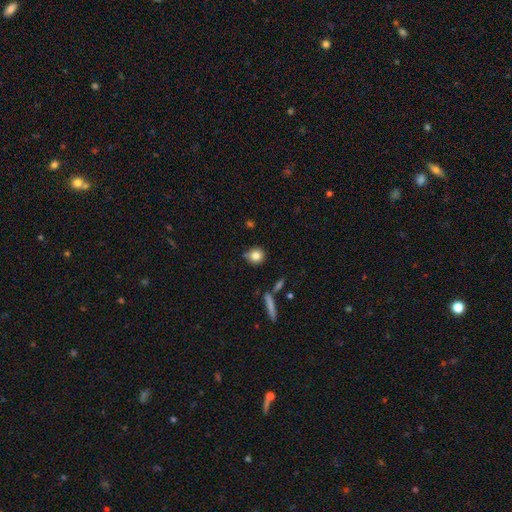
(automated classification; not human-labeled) Smooth or featured: smooth — 81% (star or artifact — 10%)
How rounded: round — 85% (in between — 13%)
Merging: none — 76% (minor disturbance — 16%)